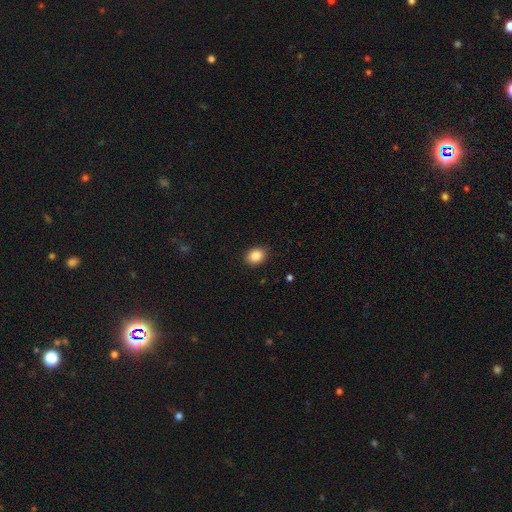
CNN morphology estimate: Smooth or featured?
  - smooth: 87% *
  - star or artifact: 9%
  - featured or disk: 5%
How rounded?
  - in between: 57% *
  - round: 42%
  - cigar-shaped: 1%
Merging?
  - none: 90% *
  - minor disturbance: 7%
  - major disturbance: 2%
  - merger: 1%